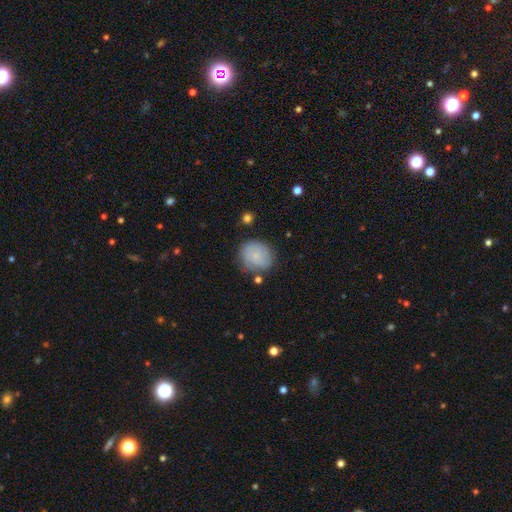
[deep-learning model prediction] A smooth galaxy with no disk features (63%) that is round (74%). Merging: none (69%).